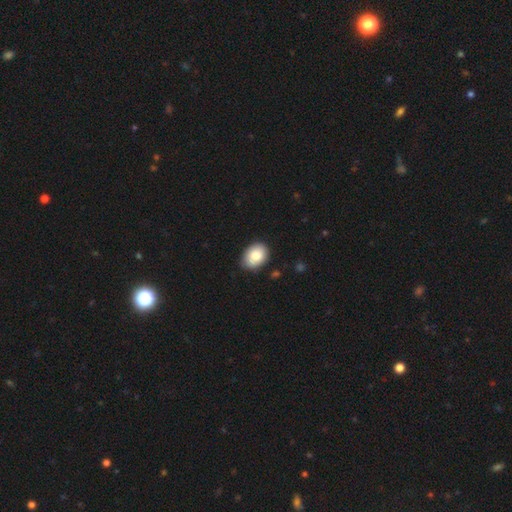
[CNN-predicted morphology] Smooth or featured? Predicted: smooth (p=0.85). How rounded? Predicted: in between (p=0.73). Merging? Predicted: none (p=0.80).